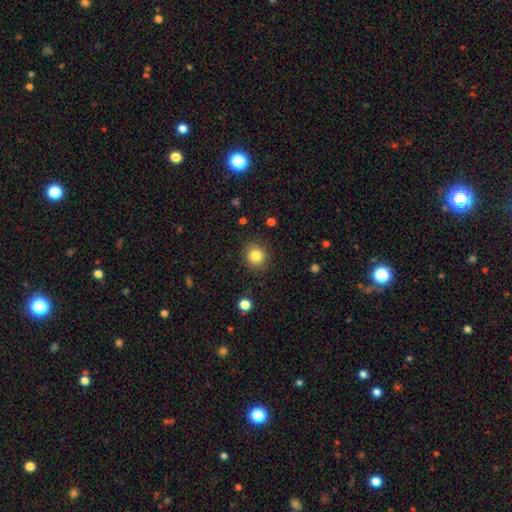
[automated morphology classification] Q: Smooth or featured?
A: smooth (84%); runner-up: star or artifact (11%)
Q: How rounded?
A: round (89%); runner-up: in between (10%)
Q: Merging?
A: none (89%); runner-up: minor disturbance (7%)